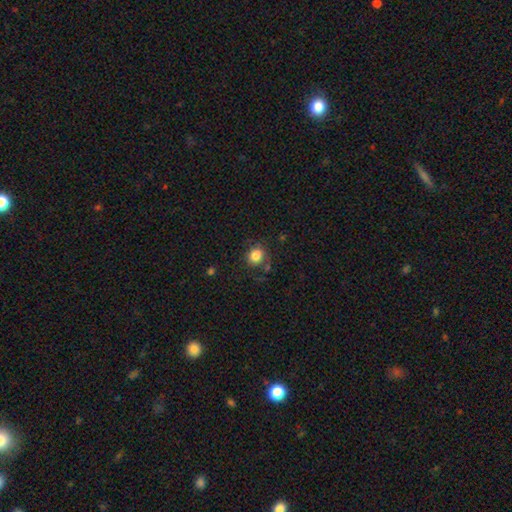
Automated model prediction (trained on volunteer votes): Smooth or featured? Predicted: smooth (p=0.83). How rounded? Predicted: round (p=0.76). Merging? Predicted: none (p=0.70).